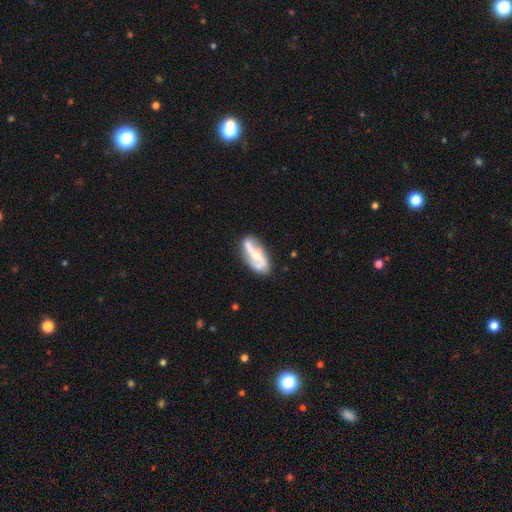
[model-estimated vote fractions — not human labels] This is likely a featured or disk galaxy (69%). It is clearly not viewed edge-on (92%). Bar: possibly no (48%). Spiral arm pattern: clearly yes (85%). Spiral arm count: clearly 2 (81%). Spiral winding: possibly loose (57%). Central bulge: possibly small (50%). Merging: likely none (66%).